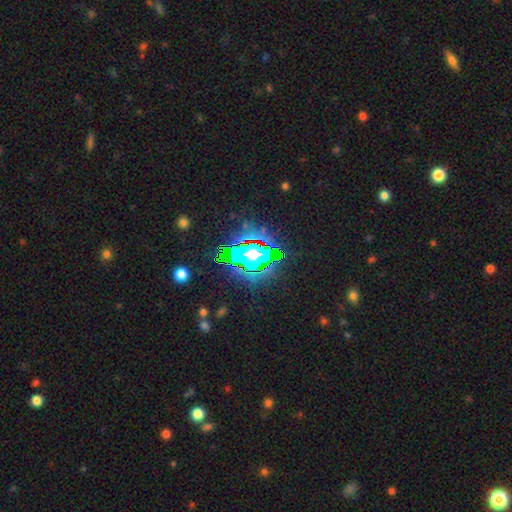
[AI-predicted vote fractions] Smooth or featured? star or artifact (81%)